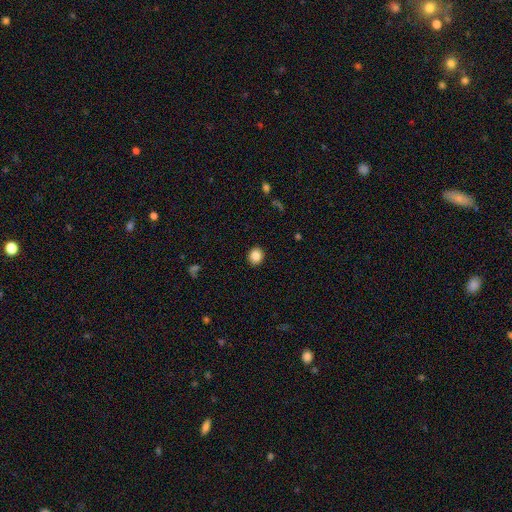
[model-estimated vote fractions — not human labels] Smooth or featured: smooth — 86% (star or artifact — 10%)
How rounded: round — 81% (in between — 18%)
Merging: none — 91% (minor disturbance — 6%)